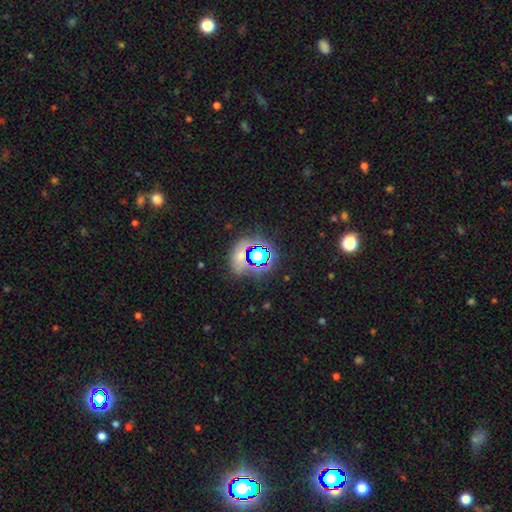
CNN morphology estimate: A star or artifact, not a galaxy (51%).

Vote fractions:
- Smooth or featured? star or artifact: 51% / smooth: 37% / featured or disk: 13%